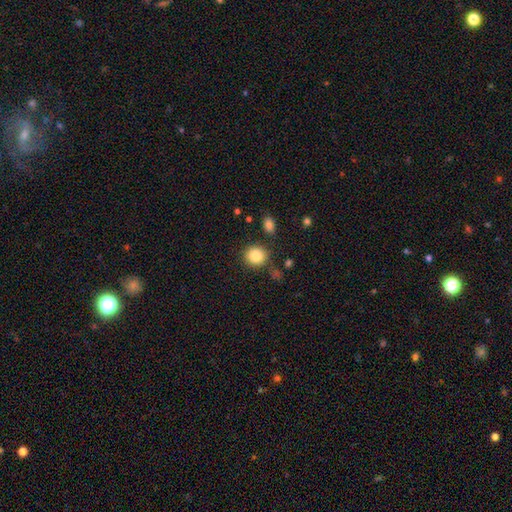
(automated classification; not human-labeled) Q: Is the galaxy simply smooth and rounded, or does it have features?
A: smooth — 85%.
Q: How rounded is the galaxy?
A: round — 85%.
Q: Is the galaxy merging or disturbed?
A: none — 83%.